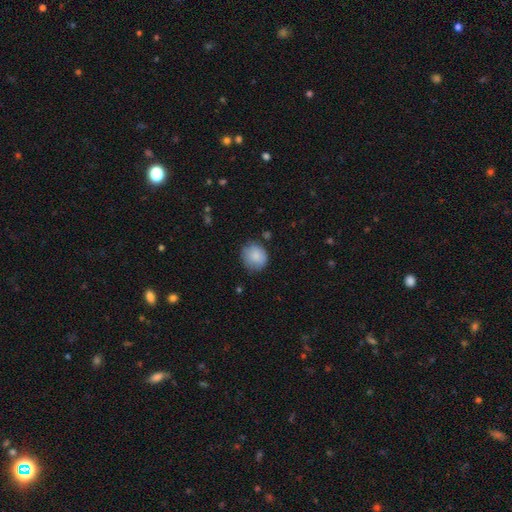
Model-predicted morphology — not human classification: A smooth galaxy with no disk features (85%) that is round (77%). Merging: none (73%).